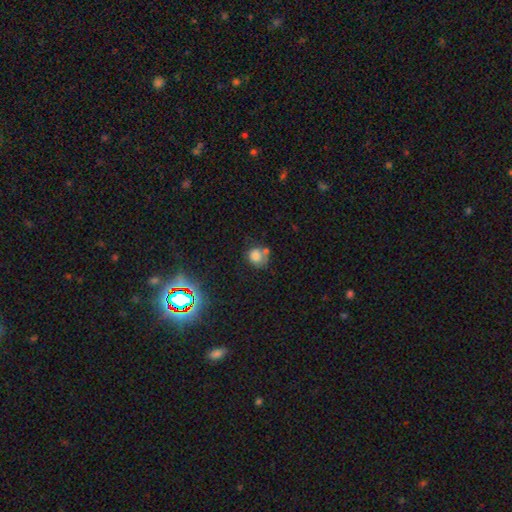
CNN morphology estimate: smooth-or-featured: smooth: 76% | star or artifact: 14% | featured or disk: 10%
  how-rounded: round: 77% | in between: 22% | cigar-shaped: 1%
  merging: none: 50% | merger: 21% | minor disturbance: 20% | major disturbance: 9%